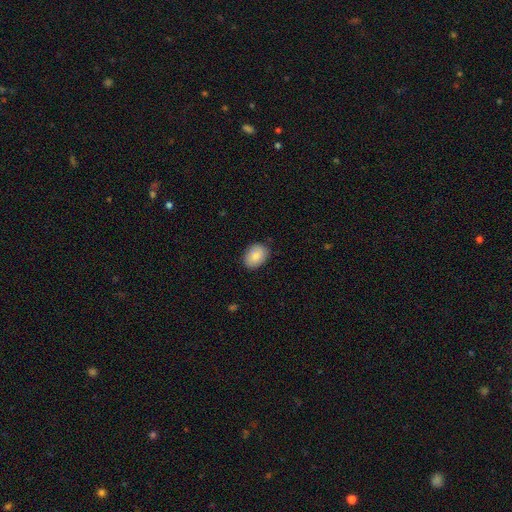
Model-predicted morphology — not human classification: The model was most divided on "how rounded": in between: 75%, round: 24%, cigar-shaped: 1%. More confident: smooth or featured — smooth (86%); merging — none (86%).